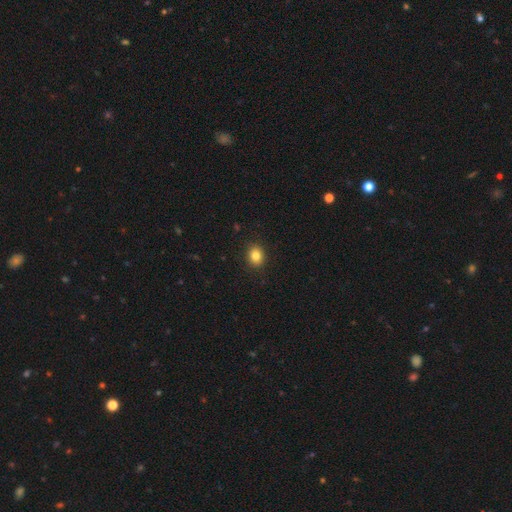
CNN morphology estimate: Q: Smooth or featured?
A: smooth (84%); runner-up: star or artifact (11%)
Q: How rounded?
A: round (56%); runner-up: in between (43%)
Q: Merging?
A: none (90%); runner-up: minor disturbance (7%)